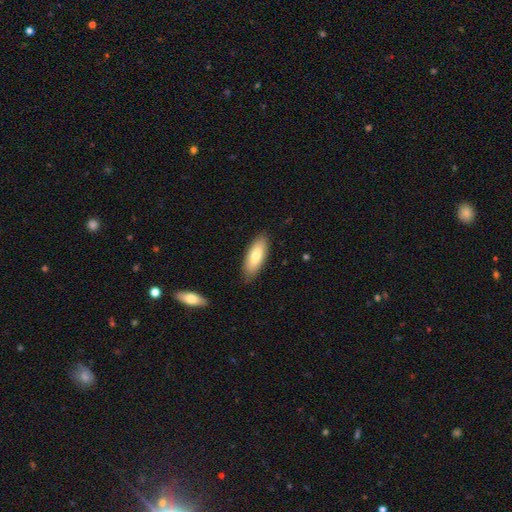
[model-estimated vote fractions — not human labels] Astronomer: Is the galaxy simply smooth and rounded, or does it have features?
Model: smooth — 78%.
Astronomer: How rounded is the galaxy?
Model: in between — 70%.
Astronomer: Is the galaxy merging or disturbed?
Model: none — 86%.